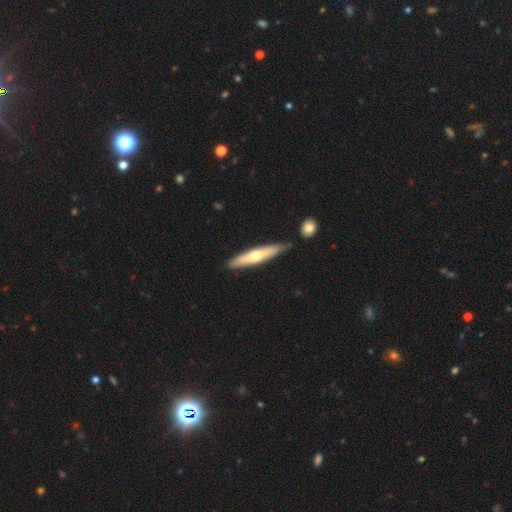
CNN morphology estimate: This appears to be a smooth galaxy with no disk features (50%). Merging: none (82%).